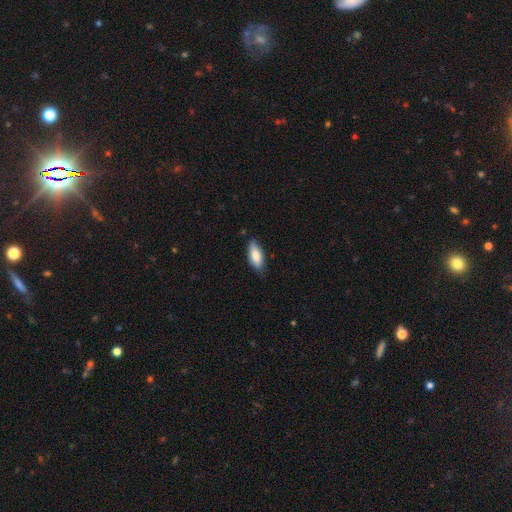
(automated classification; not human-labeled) smooth-or-featured: smooth: 83% | featured or disk: 11% | star or artifact: 6%
  how-rounded: in between: 83% | cigar-shaped: 15% | round: 2%
  merging: none: 78% | minor disturbance: 18% | major disturbance: 2% | merger: 1%